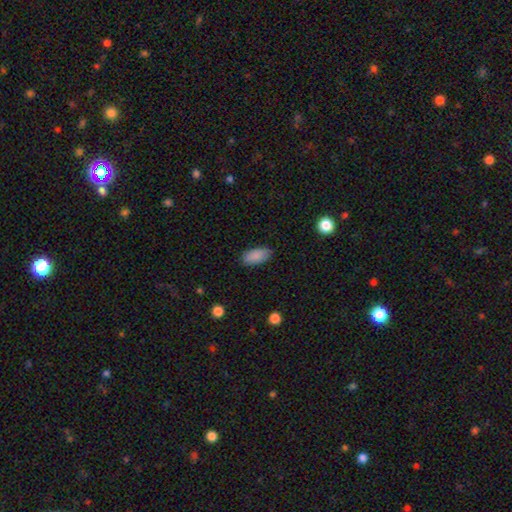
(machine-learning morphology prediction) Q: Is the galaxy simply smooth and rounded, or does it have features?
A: smooth — 89%.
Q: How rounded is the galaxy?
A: in between — 91%.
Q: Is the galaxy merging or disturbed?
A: none — 85%.